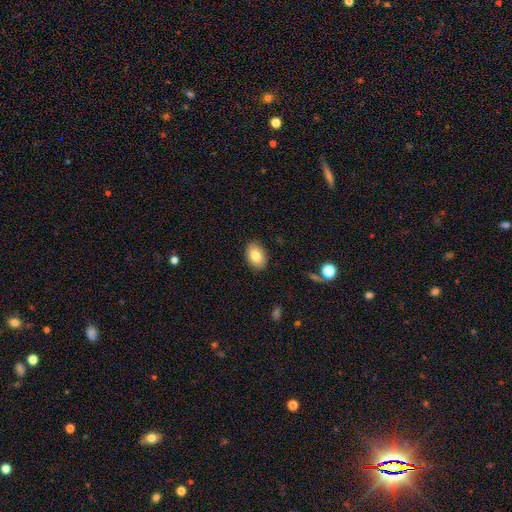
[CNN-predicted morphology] This is clearly a smooth galaxy (81%). How rounded: clearly in between (85%). Merging: clearly none (88%).